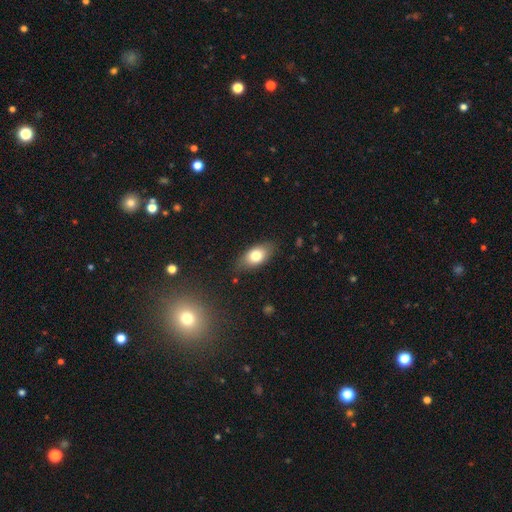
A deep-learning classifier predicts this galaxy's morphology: smooth-or-featured: smooth: 77% | featured or disk: 15% | star or artifact: 8%
  how-rounded: in between: 88% | round: 7% | cigar-shaped: 5%
  merging: none: 82% | minor disturbance: 14% | major disturbance: 3% | merger: 1%